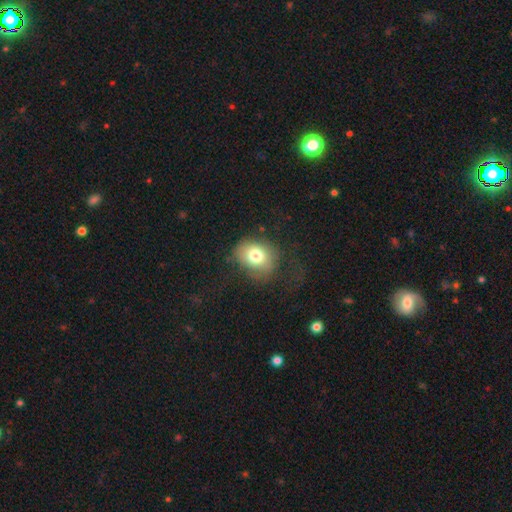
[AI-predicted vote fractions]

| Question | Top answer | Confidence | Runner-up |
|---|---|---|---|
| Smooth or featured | smooth | 75% | featured or disk (14%) |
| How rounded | round | 51% | in between (48%) |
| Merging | none | 57% | minor disturbance (22%) |